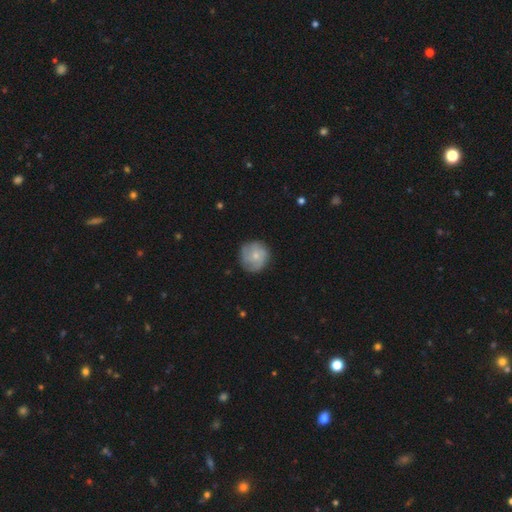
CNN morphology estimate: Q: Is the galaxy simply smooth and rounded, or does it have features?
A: smooth — 55%.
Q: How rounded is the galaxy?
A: round — 91%.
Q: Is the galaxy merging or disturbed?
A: none — 78%.